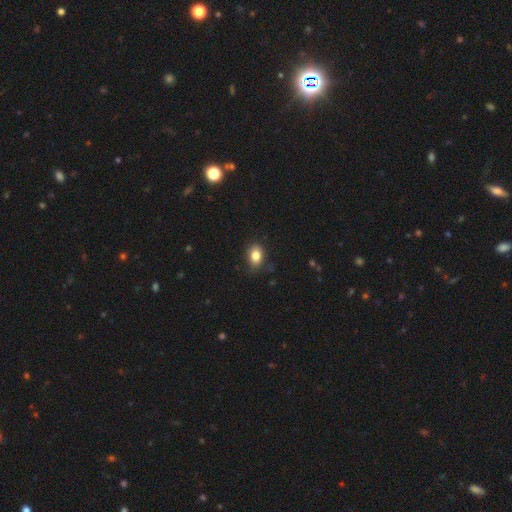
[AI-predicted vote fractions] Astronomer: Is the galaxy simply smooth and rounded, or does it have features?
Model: smooth — 83%.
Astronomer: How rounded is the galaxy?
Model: in between — 74%.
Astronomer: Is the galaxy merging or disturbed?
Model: none — 82%.